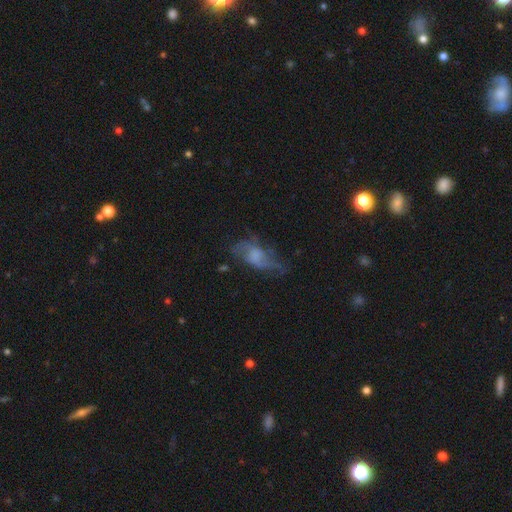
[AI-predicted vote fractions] The model was most divided on "merging": none: 44%, major disturbance: 28%, minor disturbance: 25%, merger: 3%. More confident: edge-on disk — no (90%); smooth or featured — featured or disk (54%).